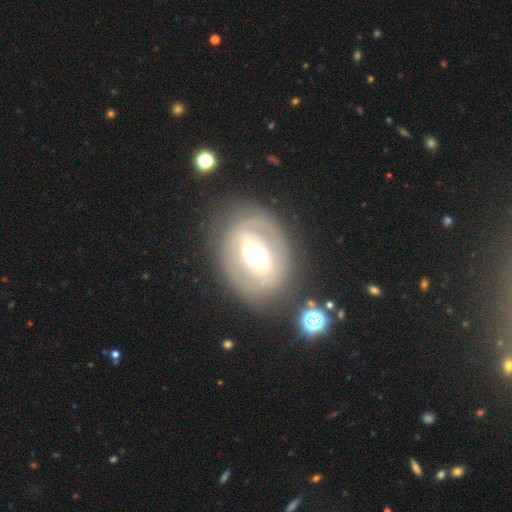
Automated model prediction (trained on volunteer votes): Smooth or featured? Predicted: featured or disk (p=0.64). Edge-on disk? Predicted: no (p=0.93). Bar? Predicted: strong (p=0.41). Spiral arms? Predicted: no (p=0.60). Bulge size? Predicted: moderate (p=0.61). Merging? Predicted: none (p=0.72).